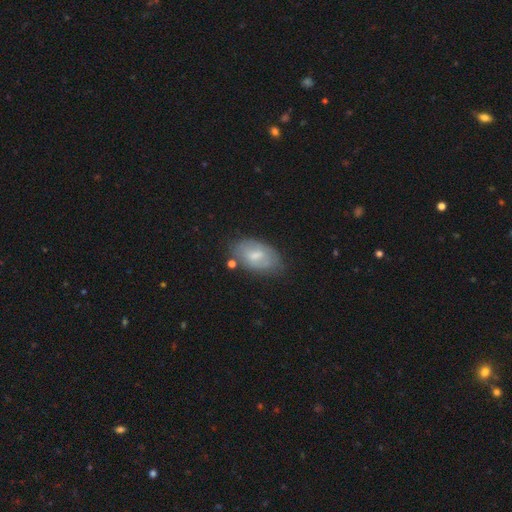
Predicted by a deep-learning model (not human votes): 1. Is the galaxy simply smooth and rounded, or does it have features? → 54% smooth, 39% featured or disk, 7% star or artifact.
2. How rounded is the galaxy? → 92% in between, 6% round, 2% cigar-shaped.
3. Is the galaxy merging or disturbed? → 63% none, 25% minor disturbance, 7% major disturbance, 5% merger.